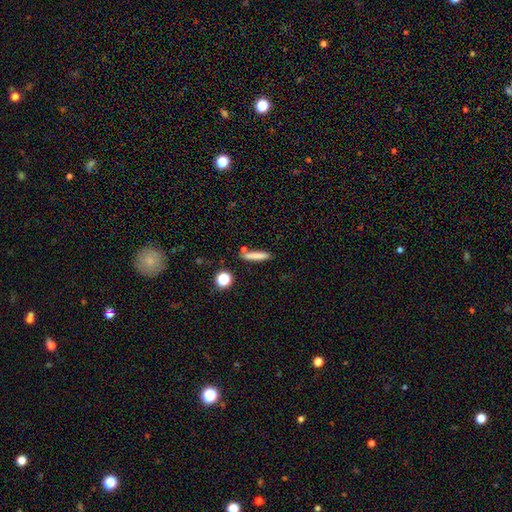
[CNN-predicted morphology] Q: Smooth or featured?
A: smooth (78%); runner-up: featured or disk (13%)
Q: How rounded?
A: cigar-shaped (88%); runner-up: in between (8%)
Q: Merging?
A: none (80%); runner-up: minor disturbance (10%)